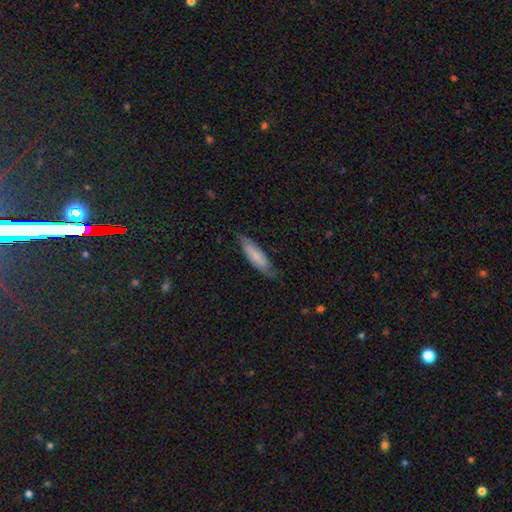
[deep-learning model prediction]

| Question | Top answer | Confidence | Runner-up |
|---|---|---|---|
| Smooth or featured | smooth | 57% | featured or disk (37%) |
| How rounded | cigar-shaped | 51% | in between (47%) |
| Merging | none | 71% | minor disturbance (22%) |